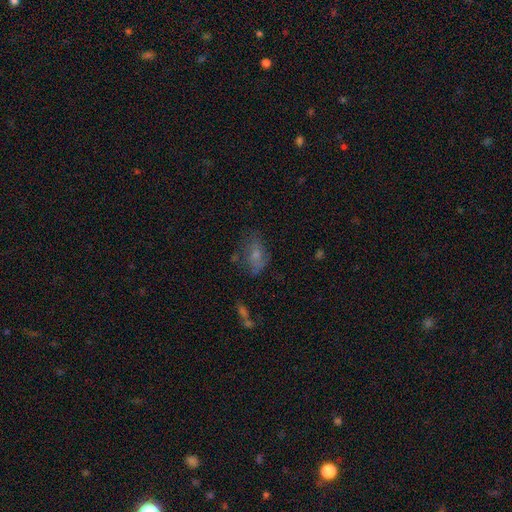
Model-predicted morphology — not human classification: Smooth or featured? smooth (56%)
How rounded? in between (79%)
Merging? none (51%)